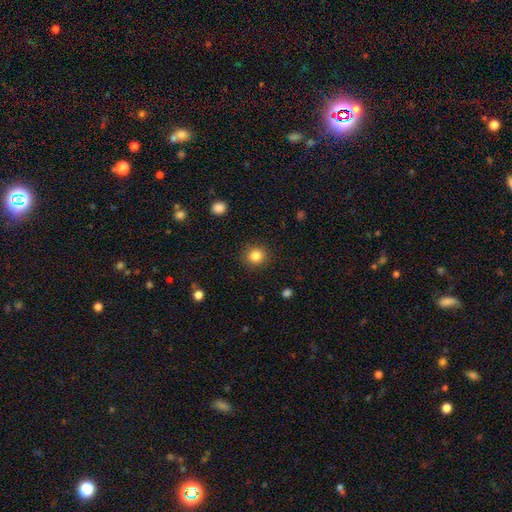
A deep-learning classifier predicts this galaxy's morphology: A smooth galaxy with no disk features (84%) that is round (88%). Merging: none (89%).